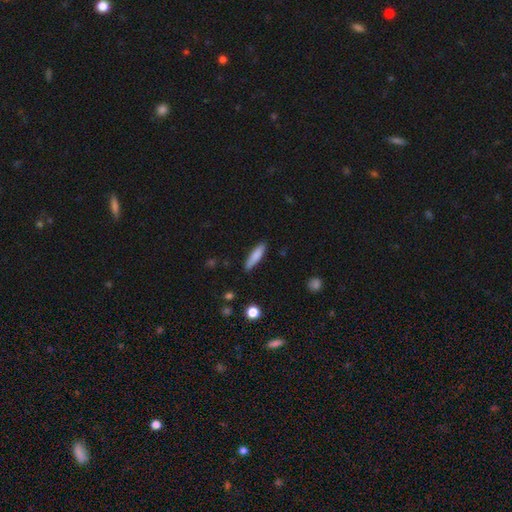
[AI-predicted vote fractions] Smooth or featured?
  - smooth: 81% *
  - featured or disk: 13%
  - star or artifact: 6%
How rounded?
  - cigar-shaped: 80% *
  - in between: 18%
  - round: 2%
Merging?
  - none: 85% *
  - minor disturbance: 11%
  - major disturbance: 2%
  - merger: 1%